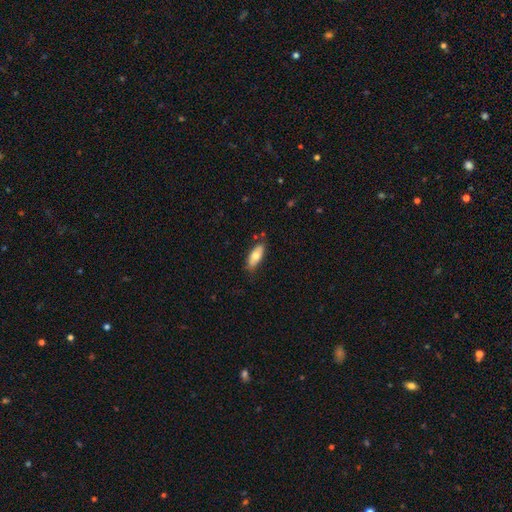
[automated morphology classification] The model was most divided on "smooth or featured": smooth: 71%, featured or disk: 23%, star or artifact: 6%. More confident: how rounded — in between (80%); merging — none (77%).